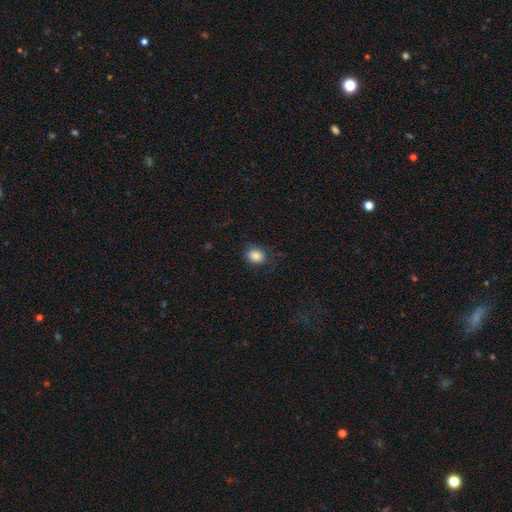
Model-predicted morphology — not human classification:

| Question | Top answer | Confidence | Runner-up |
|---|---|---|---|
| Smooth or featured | smooth | 84% | star or artifact (9%) |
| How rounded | round | 57% | in between (42%) |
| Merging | none | 77% | minor disturbance (16%) |